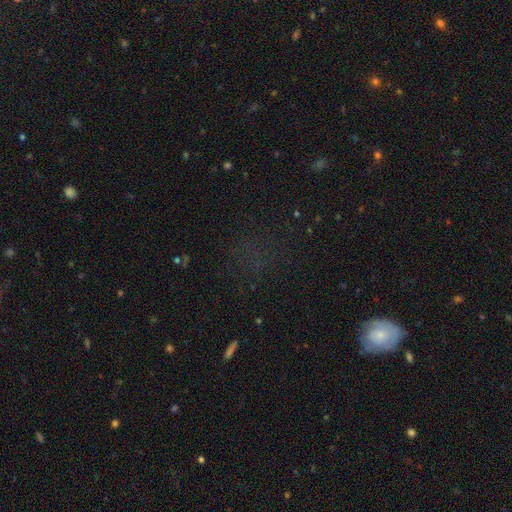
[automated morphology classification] Smooth or featured? Predicted: star or artifact (p=0.45).